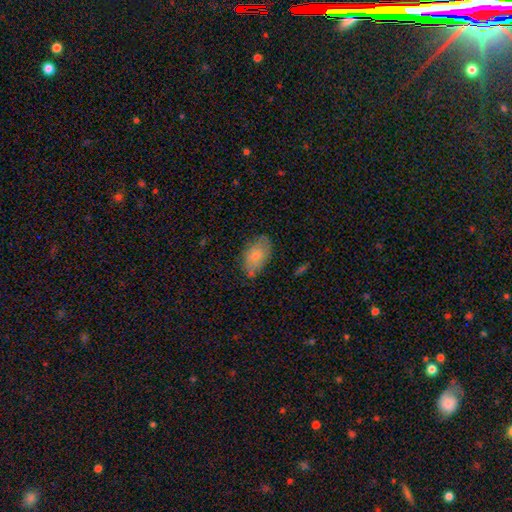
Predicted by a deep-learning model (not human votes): smooth-or-featured: smooth: 69% | featured or disk: 23% | star or artifact: 8%
  how-rounded: in between: 90% | round: 8% | cigar-shaped: 2%
  merging: none: 71% | minor disturbance: 23% | major disturbance: 4% | merger: 2%